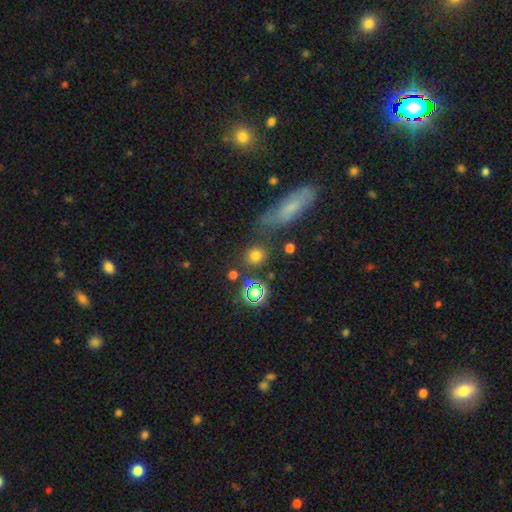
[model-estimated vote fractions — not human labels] The model was most divided on "smooth or featured": smooth: 74%, star or artifact: 18%, featured or disk: 8%. More confident: how rounded — round (77%); merging — none (76%).